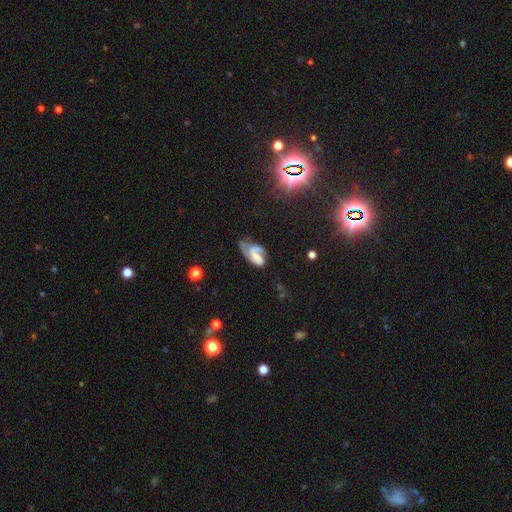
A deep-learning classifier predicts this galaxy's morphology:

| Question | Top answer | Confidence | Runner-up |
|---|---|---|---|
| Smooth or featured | featured or disk | 66% | smooth (24%) |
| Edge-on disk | no | 96% | yes (4%) |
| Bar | no | 47% | weak (33%) |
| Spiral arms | yes | 86% | no (14%) |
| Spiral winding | medium | 43% | tight (32%) |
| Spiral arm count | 2 | 52% | 1 (30%) |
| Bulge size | none | 47% | small (25%) |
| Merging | major disturbance | 35% | none (33%) |